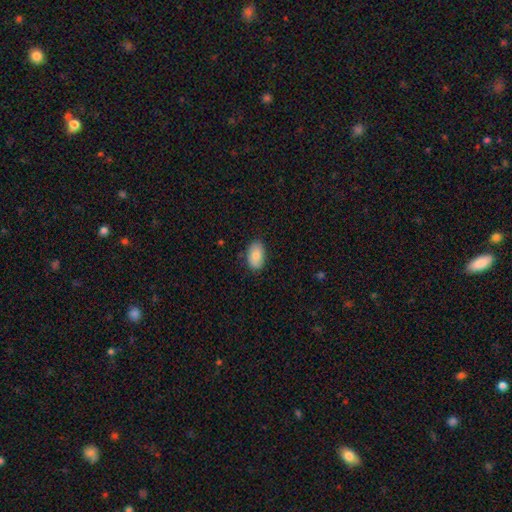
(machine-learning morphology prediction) A smooth galaxy with no disk features (83%) that is in between round and cigar-shaped (92%).

Vote fractions:
- Smooth or featured? smooth: 83% / featured or disk: 10% / star or artifact: 7%
- How rounded? in between: 92% / round: 6% / cigar-shaped: 1%
- Merging? none: 82% / minor disturbance: 15% / major disturbance: 3% / merger: 1%